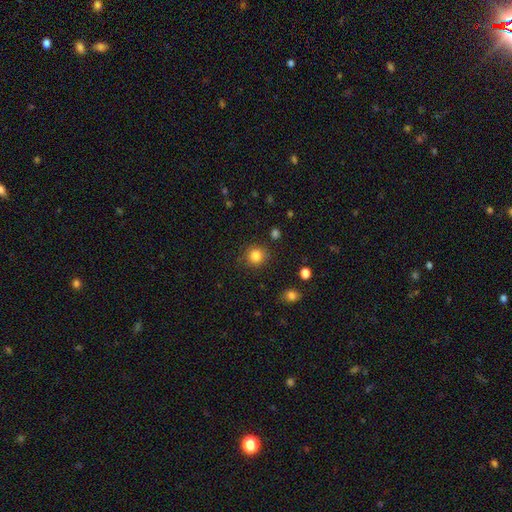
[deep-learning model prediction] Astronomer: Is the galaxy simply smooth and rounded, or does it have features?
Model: smooth — 85%.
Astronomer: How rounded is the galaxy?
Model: round — 90%.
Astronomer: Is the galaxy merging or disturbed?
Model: none — 85%.